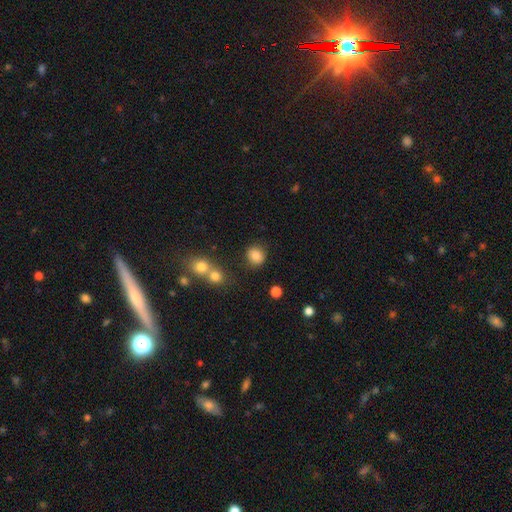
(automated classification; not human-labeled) This appears to be a smooth galaxy with no disk features (84%) that is round (79%). Merging: none (81%).